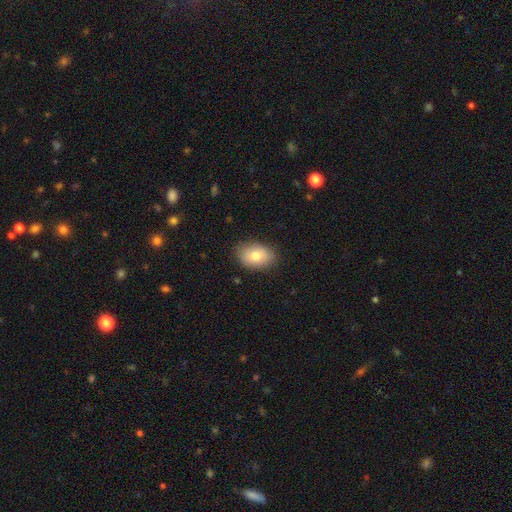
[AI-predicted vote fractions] smooth-or-featured: smooth: 77% | featured or disk: 16% | star or artifact: 7%
  how-rounded: in between: 85% | round: 14% | cigar-shaped: 1%
  merging: none: 84% | minor disturbance: 13% | major disturbance: 3% | merger: 1%